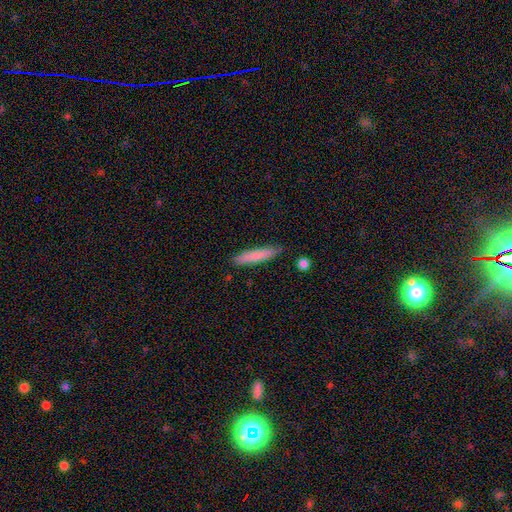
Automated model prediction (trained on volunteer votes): smooth_or_featured: smooth (p=0.78) [alt: featured or disk p=0.16]
how_rounded: cigar-shaped (p=0.91) [alt: in between p=0.07]
merging: none (p=0.85) [alt: minor disturbance p=0.11]